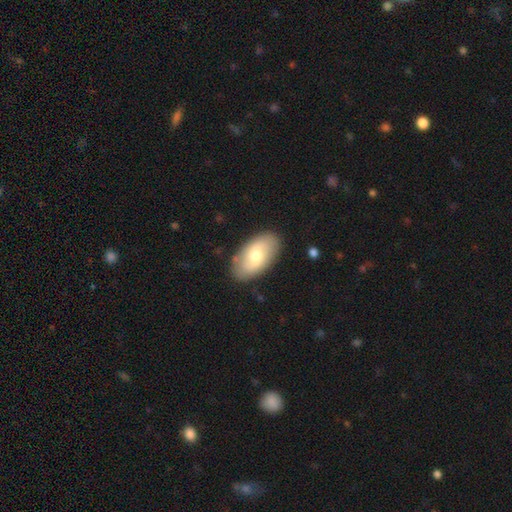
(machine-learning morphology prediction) smooth 58%, featured or disk 37%, star or artifact 6%. Down the decision tree: how rounded — in between (94%); merging — none (85%).